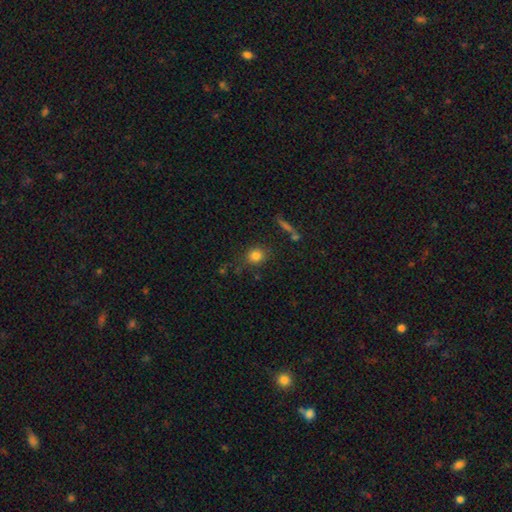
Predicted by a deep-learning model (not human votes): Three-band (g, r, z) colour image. It shows a smooth galaxy with no disk features (82%) that is round (81%). Merging: none (77%).